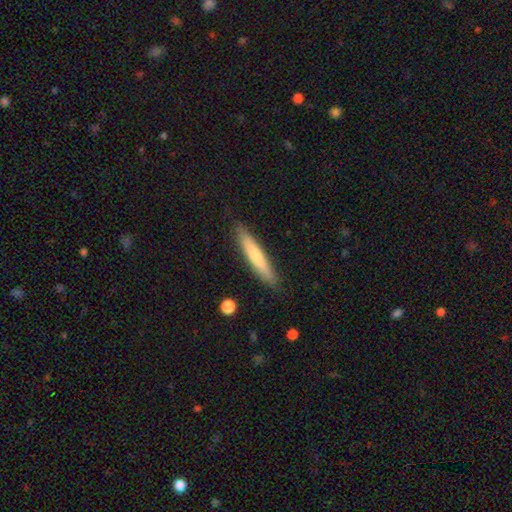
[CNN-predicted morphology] smooth 67%, featured or disk 28%, star or artifact 5%. Down the decision tree: how rounded — cigar-shaped (92%); merging — none (88%).